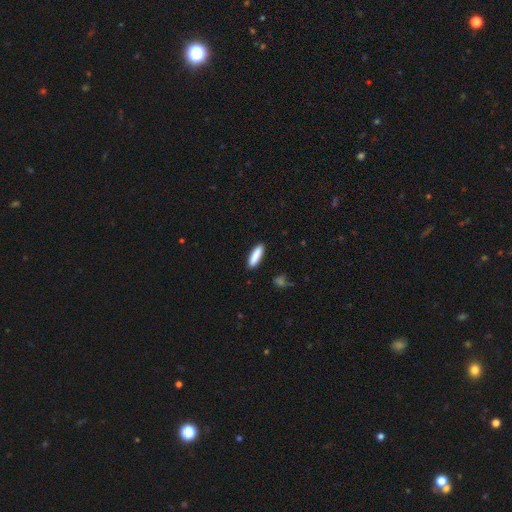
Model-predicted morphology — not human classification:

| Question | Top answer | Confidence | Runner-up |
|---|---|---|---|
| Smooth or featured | smooth | 88% | featured or disk (6%) |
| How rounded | cigar-shaped | 65% | in between (33%) |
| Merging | none | 88% | minor disturbance (8%) |